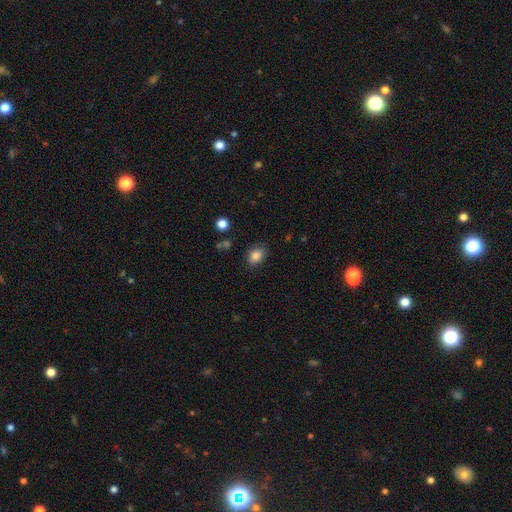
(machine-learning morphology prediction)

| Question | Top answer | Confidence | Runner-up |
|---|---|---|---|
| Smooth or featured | smooth | 86% | star or artifact (10%) |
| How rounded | in between | 70% | round (29%) |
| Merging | none | 83% | minor disturbance (12%) |